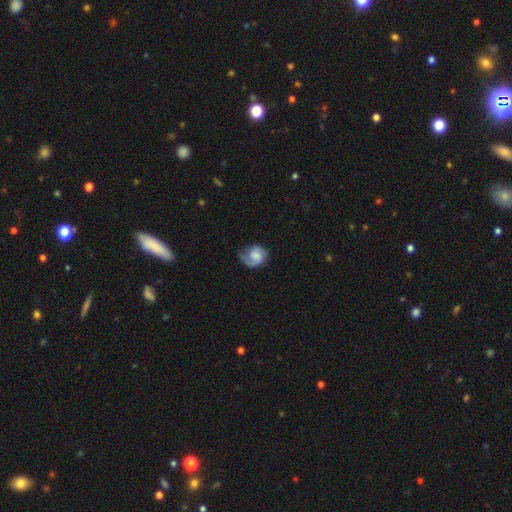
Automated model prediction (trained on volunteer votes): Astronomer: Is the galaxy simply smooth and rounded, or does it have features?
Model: featured or disk — 54% (runner-up: smooth, 38%).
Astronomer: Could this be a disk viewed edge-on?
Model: no — 97%.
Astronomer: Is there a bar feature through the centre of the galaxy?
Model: no — 60% (runner-up: weak, 35%).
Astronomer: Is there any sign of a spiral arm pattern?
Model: yes — 90%.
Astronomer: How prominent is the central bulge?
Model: moderate — 35% (runner-up: small, 32%).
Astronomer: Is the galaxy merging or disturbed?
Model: none — 52% (runner-up: minor disturbance, 28%).